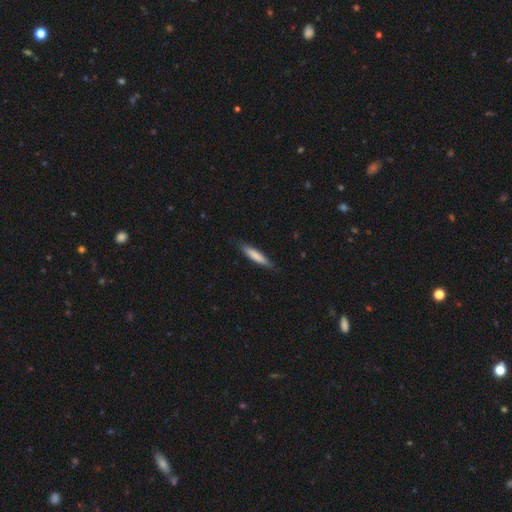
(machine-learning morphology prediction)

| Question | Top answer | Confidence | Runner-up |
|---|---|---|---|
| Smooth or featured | smooth | 78% | featured or disk (17%) |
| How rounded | cigar-shaped | 88% | in between (11%) |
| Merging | none | 84% | minor disturbance (13%) |